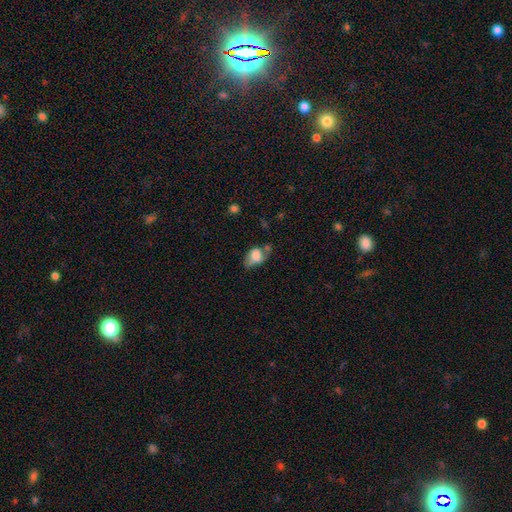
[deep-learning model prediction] This appears to be a smooth galaxy with no disk features (70%) that is in between round and cigar-shaped (80%). Merging: none (35%).